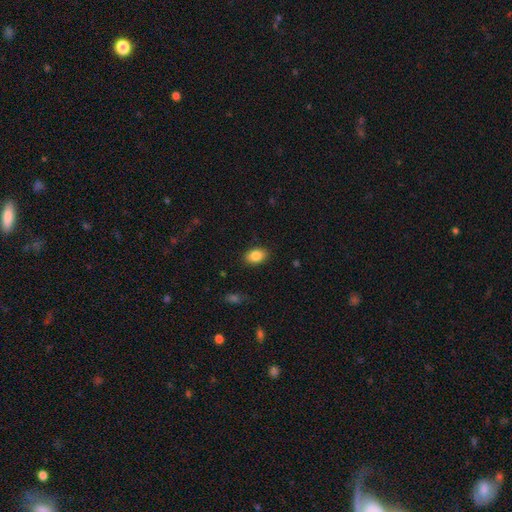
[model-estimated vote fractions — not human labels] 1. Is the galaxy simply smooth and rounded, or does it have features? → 86% smooth, 8% star or artifact, 6% featured or disk.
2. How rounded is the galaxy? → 83% in between, 15% round, 1% cigar-shaped.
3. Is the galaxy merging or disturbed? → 87% none, 10% minor disturbance, 2% major disturbance, 1% merger.